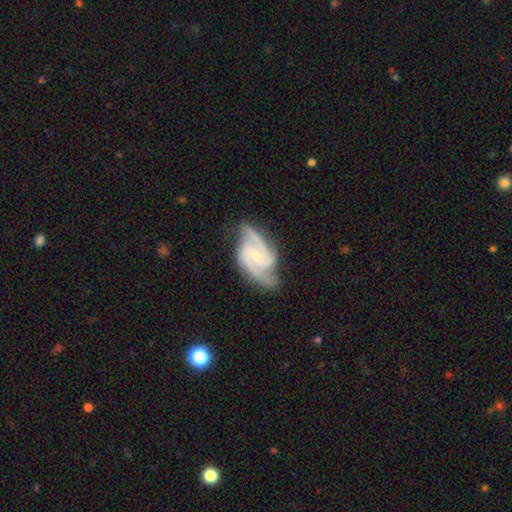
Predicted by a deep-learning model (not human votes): Smooth or featured? featured or disk (91%)
Edge-on disk? no (98%)
Bar? weak (49%)
Spiral arms? yes (98%)
Spiral winding? medium (58%)
Spiral arm count? 2 (59%)
Bulge size? small (66%)
Merging? none (71%)